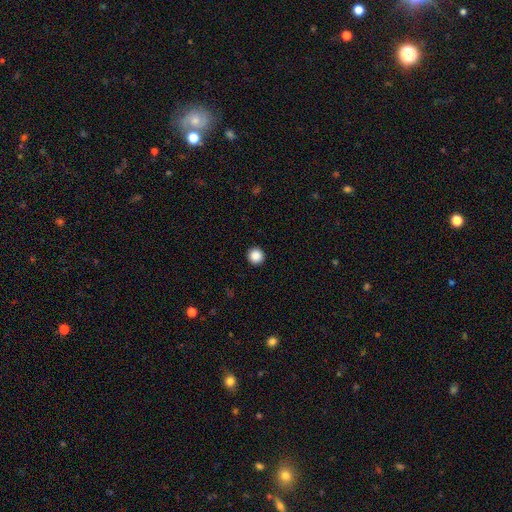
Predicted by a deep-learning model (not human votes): smooth 88%, star or artifact 9%, featured or disk 2%. Down the decision tree: how rounded — round (96%); merging — none (94%).